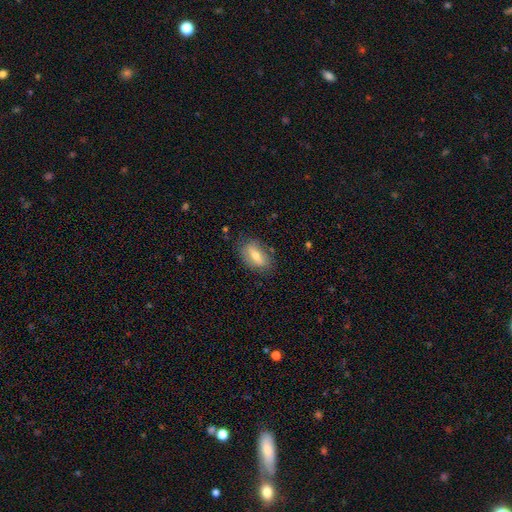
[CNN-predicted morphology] A smooth galaxy with no disk features (57%) that is in between round and cigar-shaped (85%).

Vote fractions:
- Smooth or featured? smooth: 57% / featured or disk: 35% / star or artifact: 8%
- How rounded? in between: 85% / cigar-shaped: 8% / round: 7%
- Merging? none: 80% / minor disturbance: 15% / major disturbance: 4% / merger: 2%